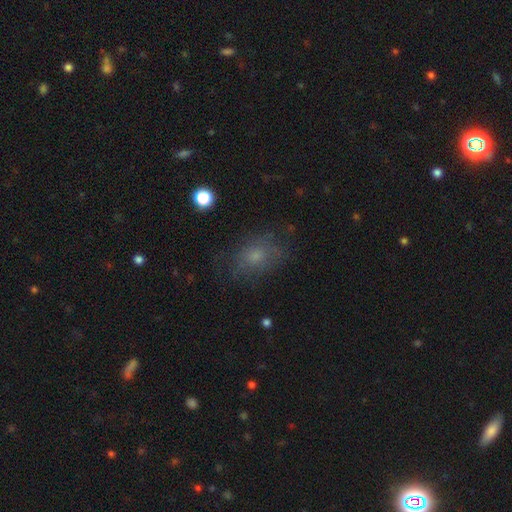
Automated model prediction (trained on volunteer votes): Q: Smooth or featured?
A: smooth (60%); runner-up: featured or disk (24%)
Q: How rounded?
A: in between (72%); runner-up: round (26%)
Q: Merging?
A: none (67%); runner-up: minor disturbance (20%)